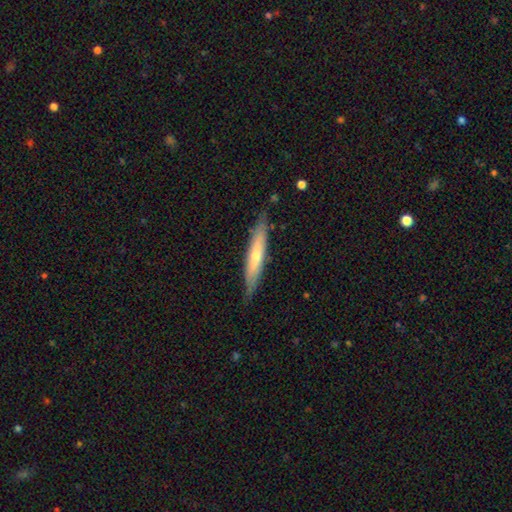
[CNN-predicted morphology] This appears to be a smooth galaxy with no disk features (49%). Merging: none (82%).